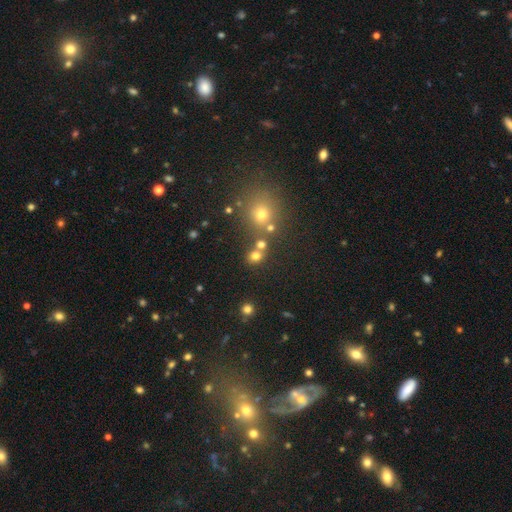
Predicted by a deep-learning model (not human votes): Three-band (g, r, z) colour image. It shows a smooth galaxy with no disk features (71%) that is round (73%). Merging: none (63%).